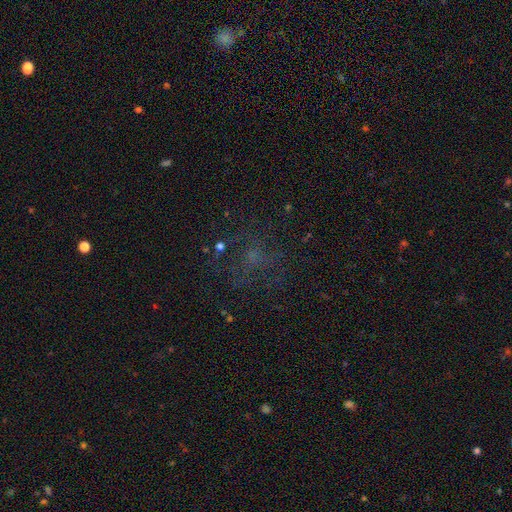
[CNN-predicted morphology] A star or artifact, not a galaxy (43%).

Vote fractions:
- Smooth or featured? star or artifact: 43% / smooth: 31% / featured or disk: 26%